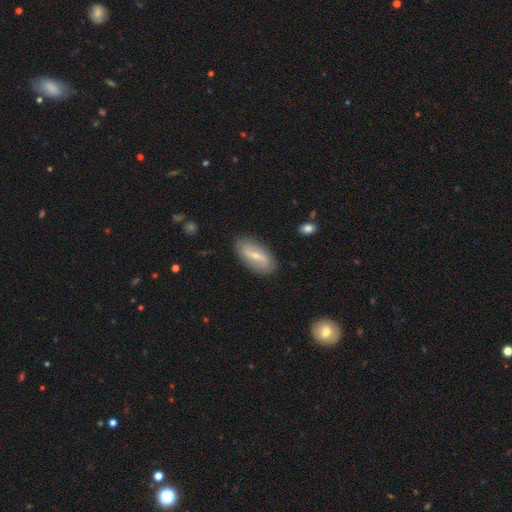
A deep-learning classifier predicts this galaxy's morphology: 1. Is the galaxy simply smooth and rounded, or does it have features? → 56% featured or disk, 37% smooth, 6% star or artifact.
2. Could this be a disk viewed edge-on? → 90% no, 10% yes.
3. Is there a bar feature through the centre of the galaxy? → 45% weak, 42% strong, 13% no.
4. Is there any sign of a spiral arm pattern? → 69% yes, 31% no.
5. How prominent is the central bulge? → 58% small, 32% moderate, 6% none, 2% large, 1% dominant.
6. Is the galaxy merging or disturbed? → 85% none, 11% minor disturbance, 3% major disturbance, 1% merger.